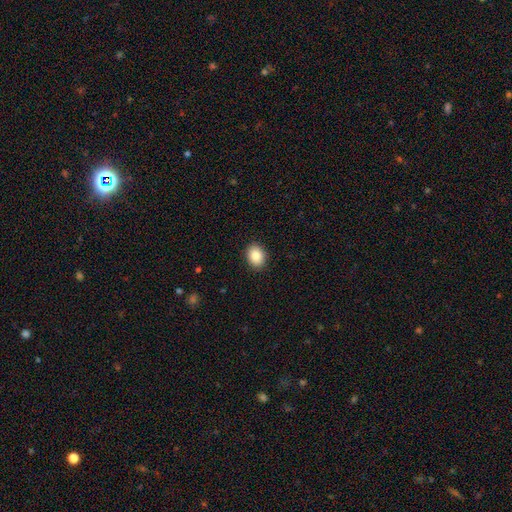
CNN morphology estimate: Smooth or featured?
  - smooth: 86% *
  - star or artifact: 8%
  - featured or disk: 6%
How rounded?
  - in between: 62% *
  - round: 37%
  - cigar-shaped: 1%
Merging?
  - none: 90% *
  - minor disturbance: 7%
  - major disturbance: 2%
  - merger: 1%